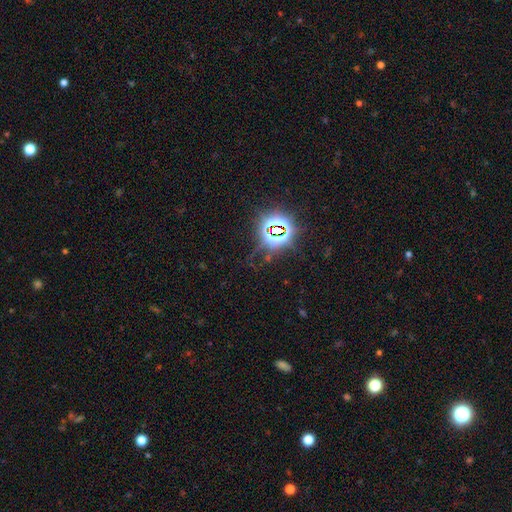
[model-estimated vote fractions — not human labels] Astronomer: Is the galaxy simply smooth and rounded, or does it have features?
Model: star or artifact — 80%.